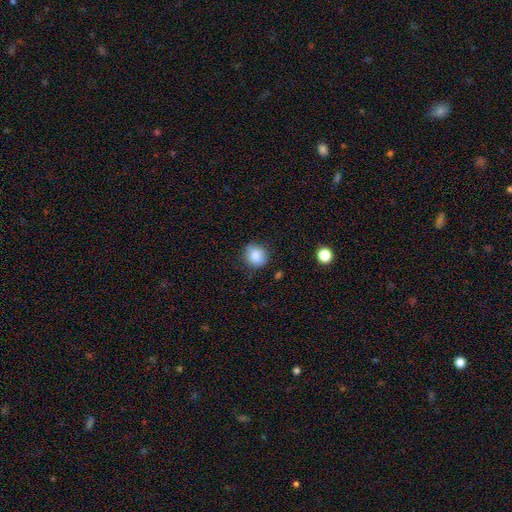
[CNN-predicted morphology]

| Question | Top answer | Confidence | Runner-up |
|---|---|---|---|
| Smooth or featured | smooth | 83% | star or artifact (9%) |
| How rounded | round | 87% | in between (12%) |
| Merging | none | 80% | minor disturbance (15%) |